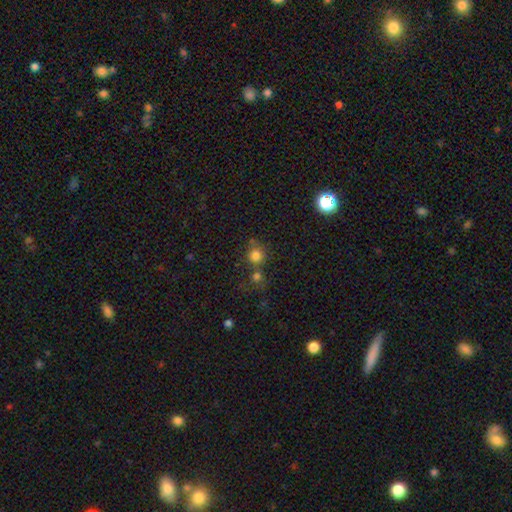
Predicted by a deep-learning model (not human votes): Morphology: type=smooth (79%); roundness=round (90%); merging=none (61%).